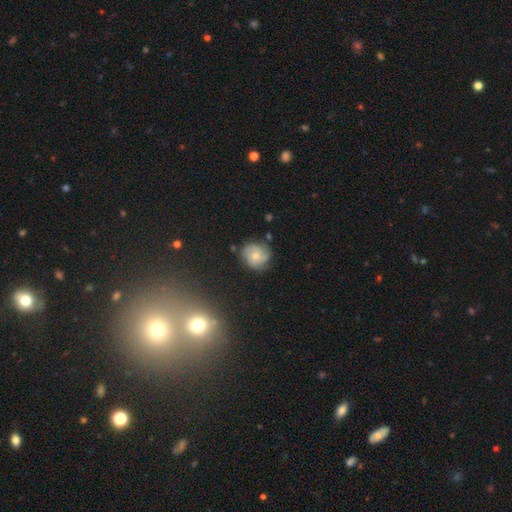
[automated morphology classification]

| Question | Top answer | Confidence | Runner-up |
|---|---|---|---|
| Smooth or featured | smooth | 47% | featured or disk (43%) |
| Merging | none | 69% | minor disturbance (22%) |